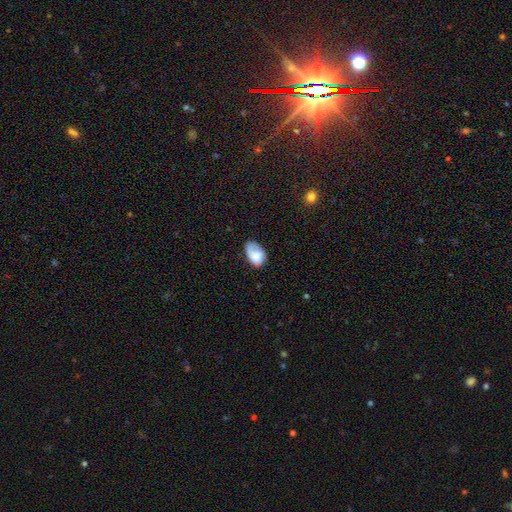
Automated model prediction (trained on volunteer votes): This appears to be a smooth galaxy with no disk features (71%) that is in between round and cigar-shaped (89%). Merging: none (43%).